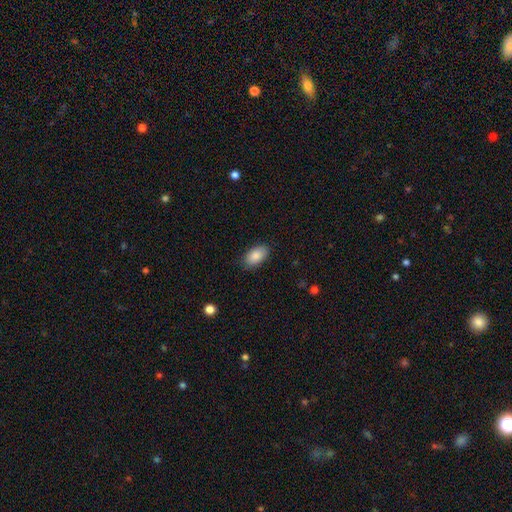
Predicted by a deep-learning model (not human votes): smooth-or-featured: smooth: 88% | star or artifact: 7% | featured or disk: 6%
  how-rounded: in between: 94% | round: 4% | cigar-shaped: 2%
  merging: none: 85% | minor disturbance: 11% | major disturbance: 3% | merger: 1%